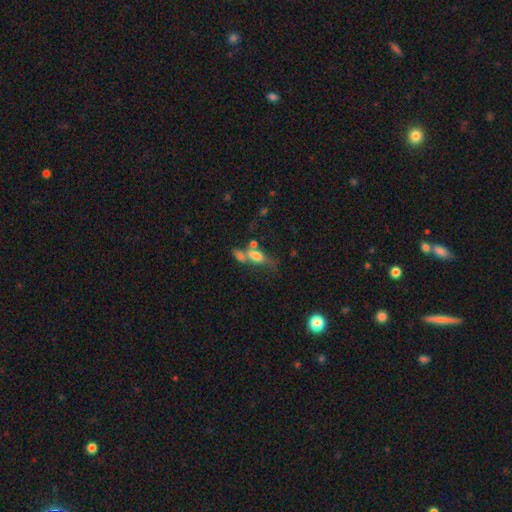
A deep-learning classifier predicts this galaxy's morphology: Smooth or featured?
  - smooth: 59% *
  - featured or disk: 29%
  - star or artifact: 12%
How rounded?
  - in between: 64% *
  - cigar-shaped: 29%
  - round: 7%
Merging?
  - merger: 39% *
  - none: 31%
  - minor disturbance: 15%
  - major disturbance: 15%